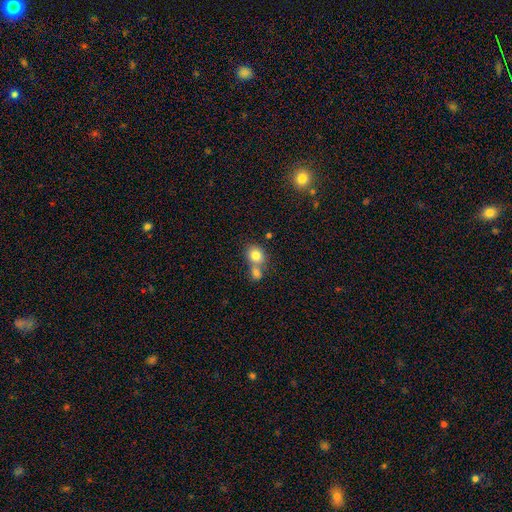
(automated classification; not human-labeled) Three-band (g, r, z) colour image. It shows a smooth galaxy with no disk features (80%) that is round (71%). Merging: merger (45%).